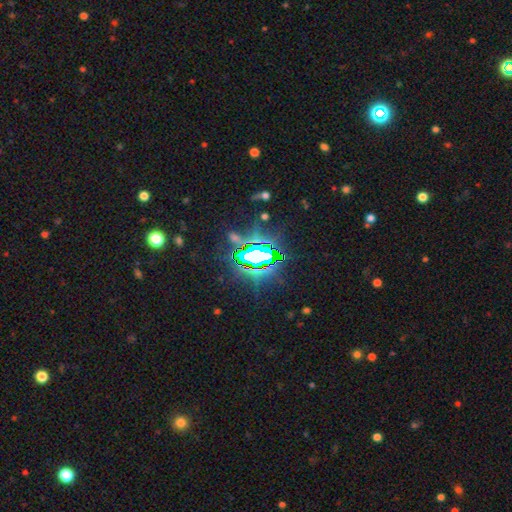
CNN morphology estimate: This appears to be a star or artifact, not a galaxy (78%).